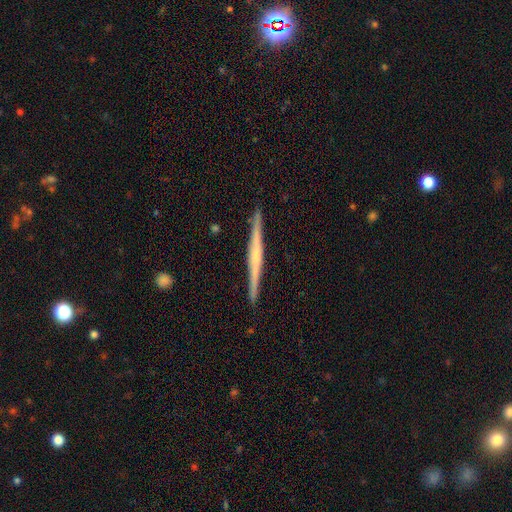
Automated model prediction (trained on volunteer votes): This appears to be a featured or disk galaxy (76%) viewed edge-on (98%) with a rounded central bulge (66%). Merging: none (92%).